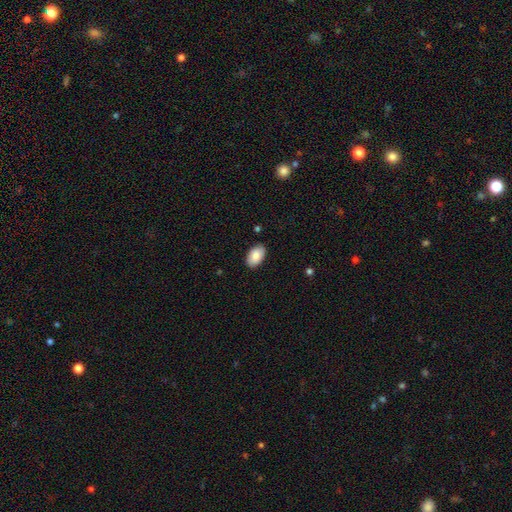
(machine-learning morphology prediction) This appears to be a smooth galaxy with no disk features (85%) that is in between round and cigar-shaped (93%). Merging: none (87%).